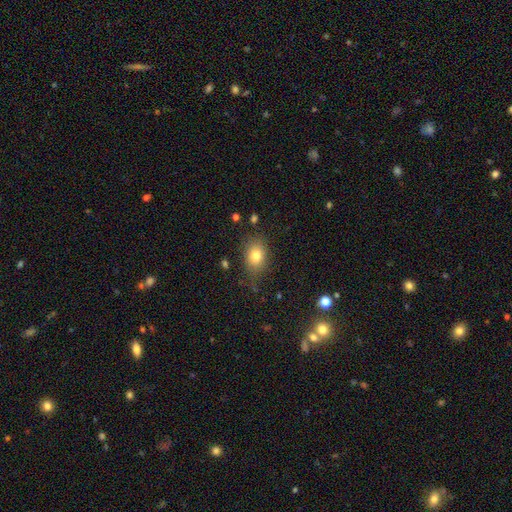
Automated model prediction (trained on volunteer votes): Q: Smooth or featured?
A: smooth (79%); runner-up: star or artifact (11%)
Q: How rounded?
A: in between (71%); runner-up: round (28%)
Q: Merging?
A: none (76%); runner-up: minor disturbance (18%)